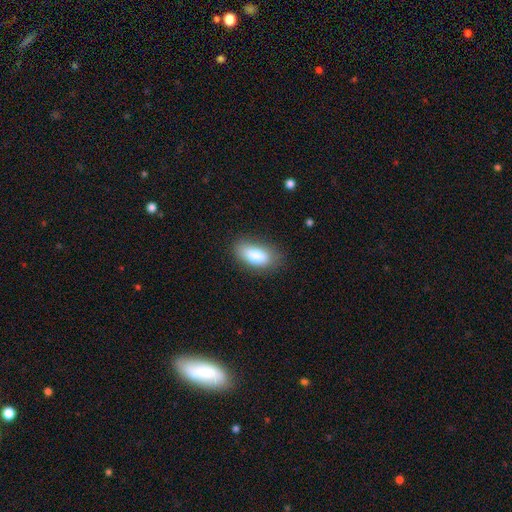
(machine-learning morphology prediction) The model was most divided on "merging": none: 77%, minor disturbance: 17%, major disturbance: 5%, merger: 1%. More confident: how rounded — in between (88%); smooth or featured — smooth (82%).